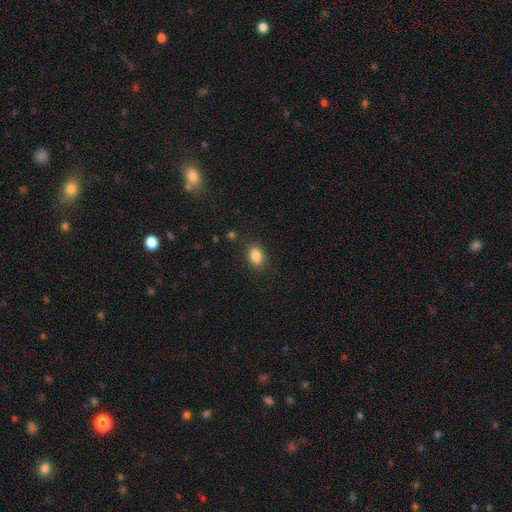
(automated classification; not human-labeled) Smooth or featured? smooth (86%)
How rounded? in between (77%)
Merging? none (86%)